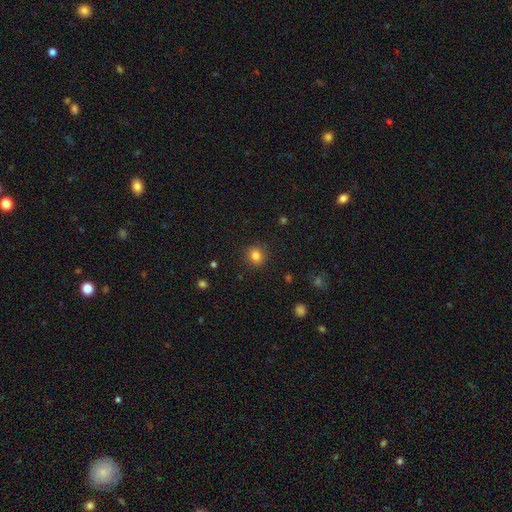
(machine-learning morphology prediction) The model was most divided on "smooth or featured": smooth: 83%, star or artifact: 12%, featured or disk: 5%. More confident: merging — none (90%); how rounded — round (85%).